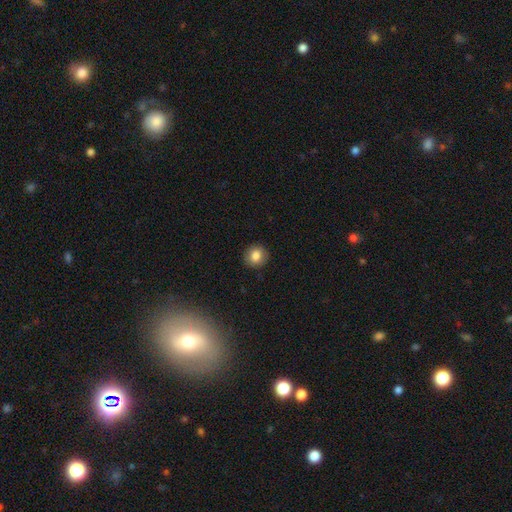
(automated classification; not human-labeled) A smooth galaxy with no disk features (84%) that is round (88%). Merging: none (90%).